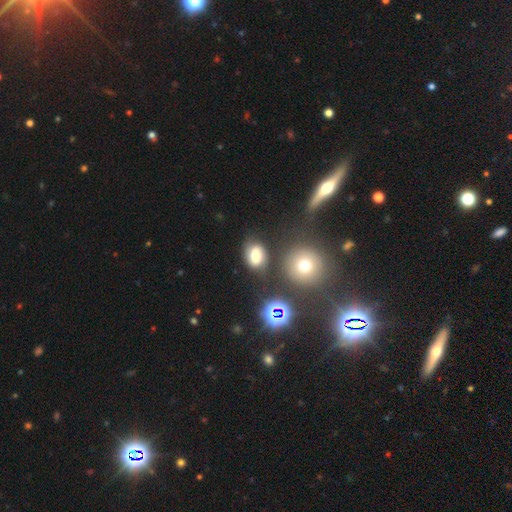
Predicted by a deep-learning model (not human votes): This appears to be a smooth galaxy with no disk features (67%) that is in between round and cigar-shaped (69%). Merging: none (66%).